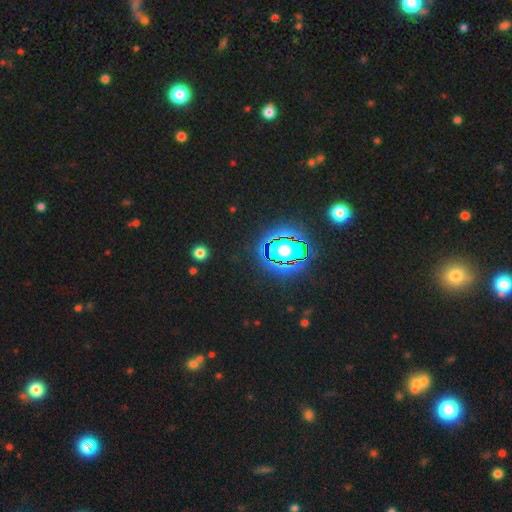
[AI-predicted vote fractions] Q: Smooth or featured?
A: star or artifact (83%); runner-up: smooth (10%)